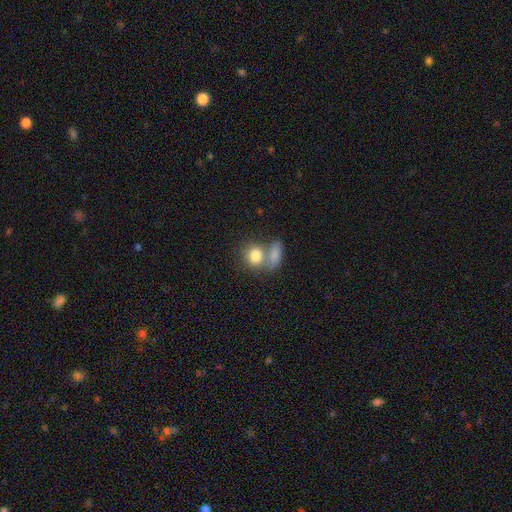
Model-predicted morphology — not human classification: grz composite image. It shows a smooth galaxy with no disk features (81%) that is round (55%). Merging: merger (52%).